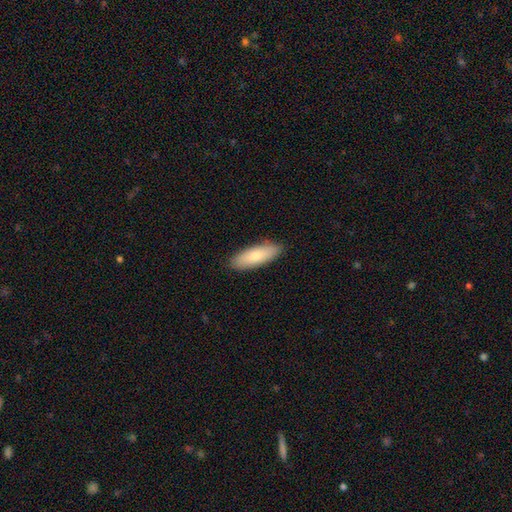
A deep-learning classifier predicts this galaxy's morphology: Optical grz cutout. It shows a smooth galaxy with no disk features (78%) that is in between round and cigar-shaped (64%). Merging: none (88%).